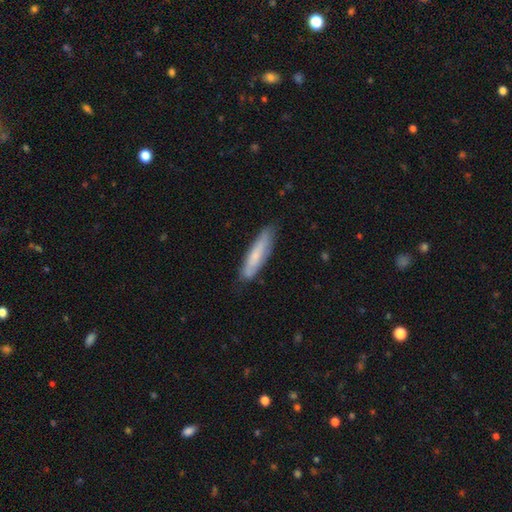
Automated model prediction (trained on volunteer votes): smooth_or_featured: smooth (p=0.66) [alt: featured or disk p=0.28]
how_rounded: cigar-shaped (p=0.78) [alt: in between p=0.20]
merging: none (p=0.80) [alt: minor disturbance p=0.16]